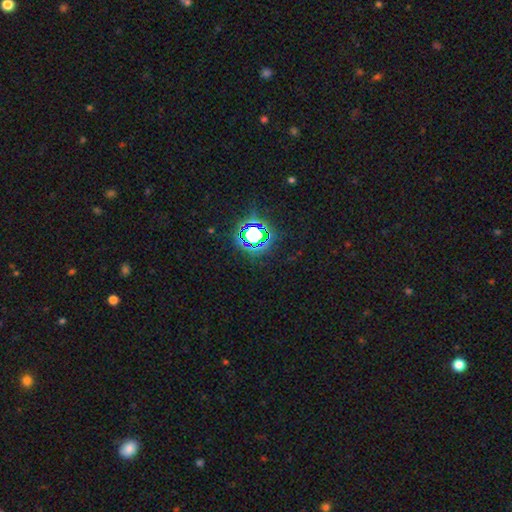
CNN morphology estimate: A star or artifact, not a galaxy (78%).

Vote fractions:
- Smooth or featured? star or artifact: 78% / smooth: 15% / featured or disk: 8%